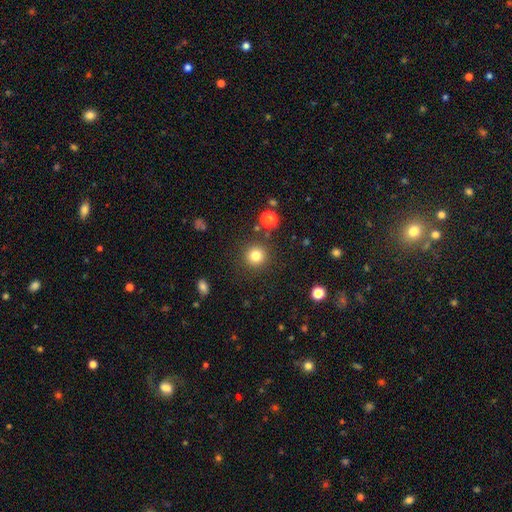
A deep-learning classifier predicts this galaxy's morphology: A smooth galaxy with no disk features (81%) that is round (94%).

Vote fractions:
- Smooth or featured? smooth: 81% / star or artifact: 13% / featured or disk: 6%
- How rounded? round: 94% / in between: 5% / cigar-shaped: 1%
- Merging? none: 88% / minor disturbance: 6% / major disturbance: 3% / merger: 3%